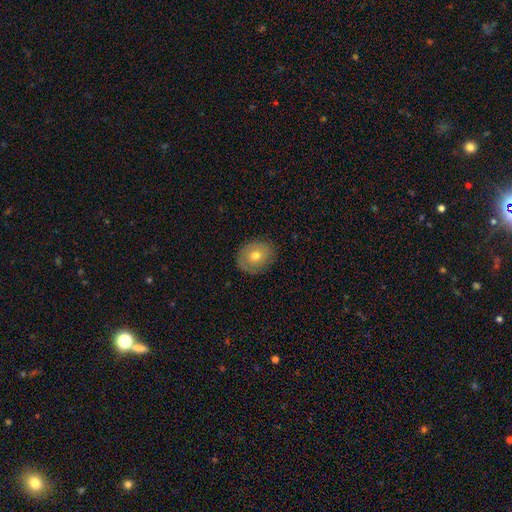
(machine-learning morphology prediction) A smooth galaxy with no disk features (68%) that is round (63%).

Vote fractions:
- Smooth or featured? smooth: 68% / featured or disk: 23% / star or artifact: 9%
- How rounded? round: 63% / in between: 36% / cigar-shaped: 1%
- Merging? none: 85% / minor disturbance: 11% / major disturbance: 3% / merger: 1%